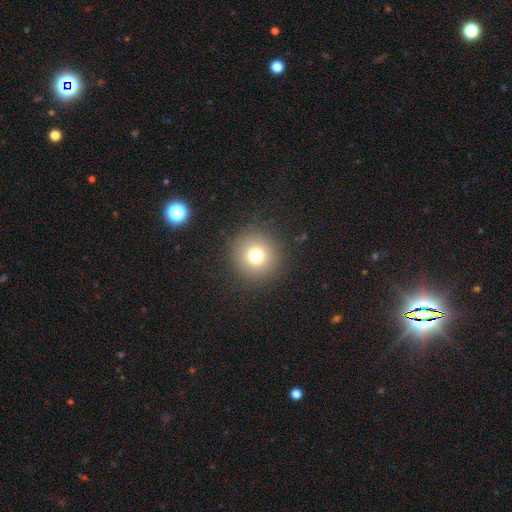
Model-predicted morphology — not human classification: Q: Smooth or featured?
A: smooth (74%); runner-up: star or artifact (15%)
Q: How rounded?
A: round (95%); runner-up: in between (4%)
Q: Merging?
A: none (90%); runner-up: minor disturbance (6%)